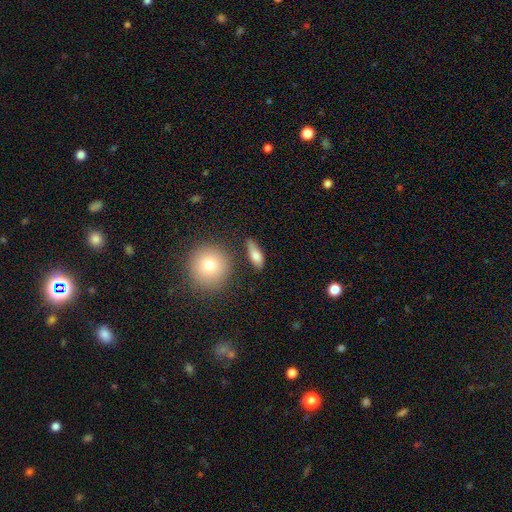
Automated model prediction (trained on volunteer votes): A smooth galaxy with no disk features (74%) that is in between round and cigar-shaped (66%). Merging: none (73%).